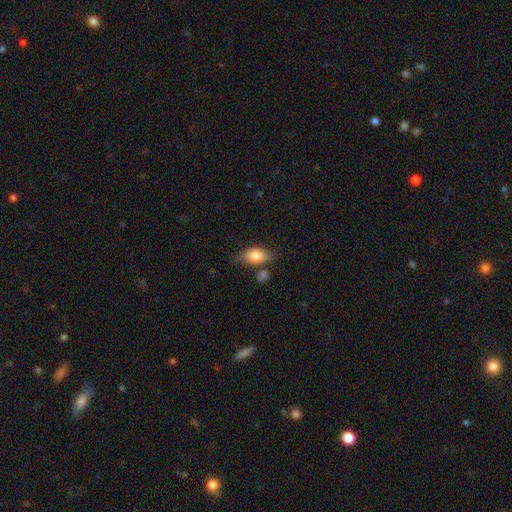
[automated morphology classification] Smooth or featured?
  - smooth: 79% *
  - featured or disk: 15%
  - star or artifact: 7%
How rounded?
  - in between: 86% *
  - round: 7%
  - cigar-shaped: 6%
Merging?
  - none: 65% *
  - minor disturbance: 19%
  - merger: 11%
  - major disturbance: 5%